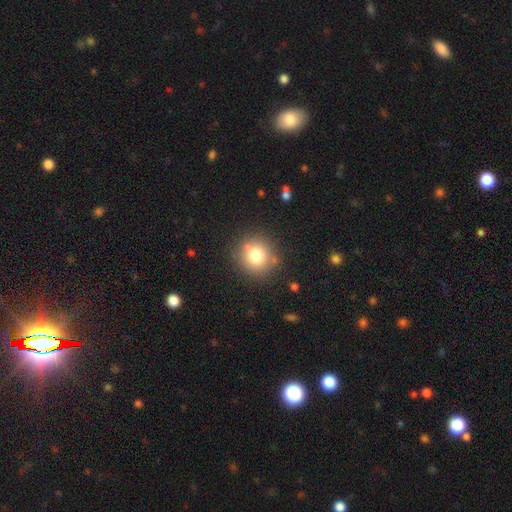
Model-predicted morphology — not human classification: The model was most divided on "smooth or featured": smooth: 77%, star or artifact: 12%, featured or disk: 11%. More confident: how rounded — round (91%); merging — none (82%).